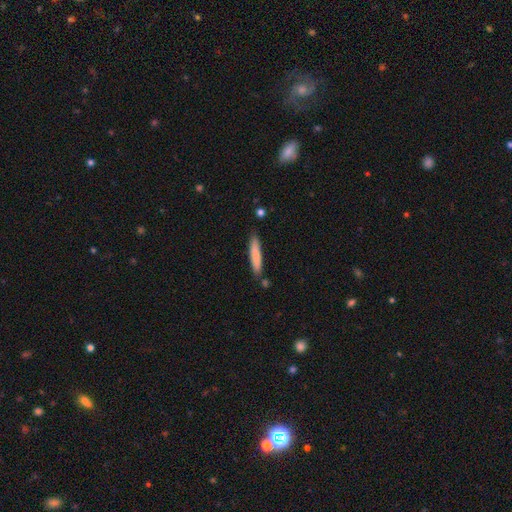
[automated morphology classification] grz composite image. It shows a smooth galaxy with no disk features (80%) that is cigar-shaped (90%). Merging: none (81%).